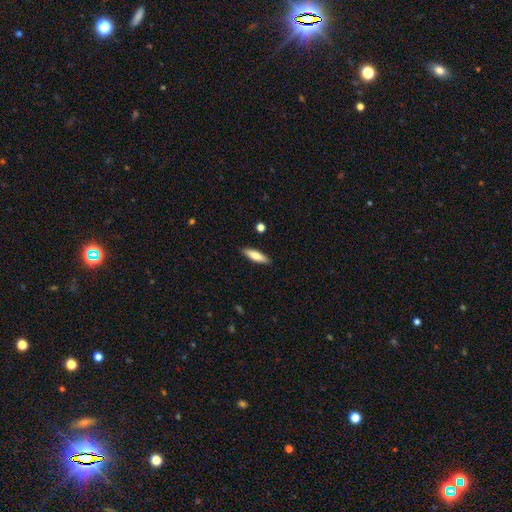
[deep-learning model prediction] smooth_or_featured: smooth (p=0.77) [alt: featured or disk p=0.17]
how_rounded: cigar-shaped (p=0.63) [alt: in between p=0.35]
merging: none (p=0.88) [alt: minor disturbance p=0.08]